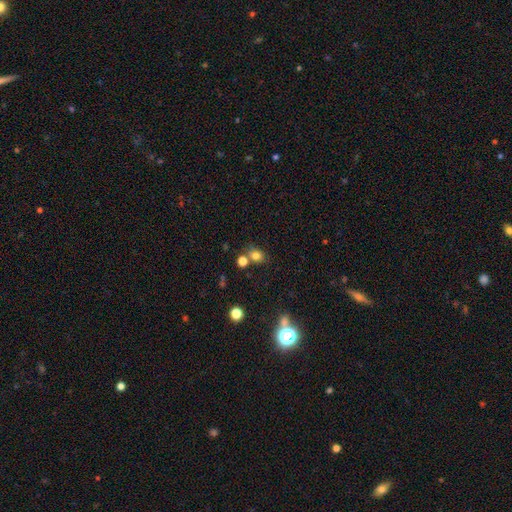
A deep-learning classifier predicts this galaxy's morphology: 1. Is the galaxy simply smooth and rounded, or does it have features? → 77% smooth, 15% star or artifact, 8% featured or disk.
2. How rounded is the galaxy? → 59% round, 40% in between, 1% cigar-shaped.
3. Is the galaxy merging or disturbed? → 63% none, 21% merger, 11% minor disturbance, 4% major disturbance.